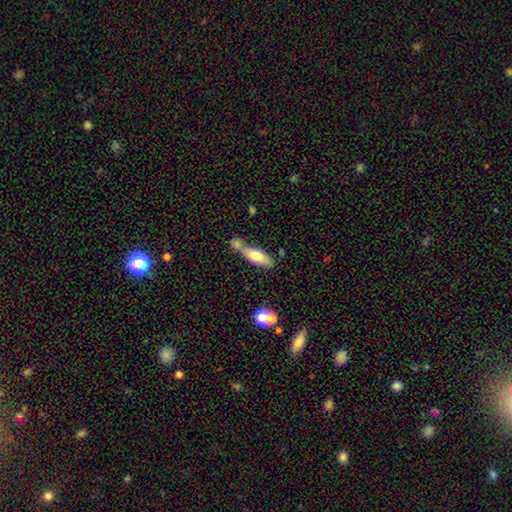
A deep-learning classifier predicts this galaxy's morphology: Smooth or featured?
  - smooth: 61% *
  - featured or disk: 32%
  - star or artifact: 7%
How rounded?
  - in between: 56% *
  - cigar-shaped: 41%
  - round: 3%
Merging?
  - none: 47% *
  - merger: 30%
  - minor disturbance: 17%
  - major disturbance: 6%